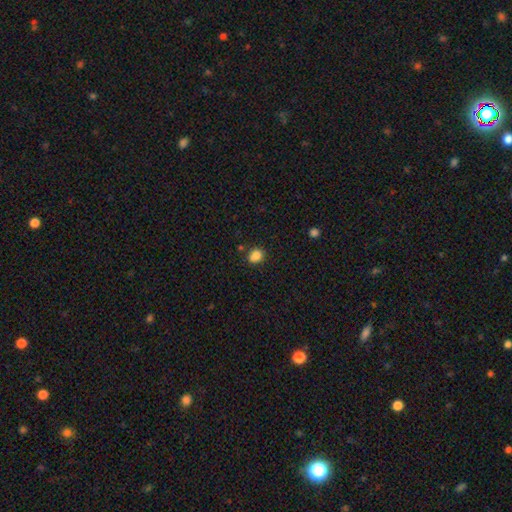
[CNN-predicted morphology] A smooth galaxy with no disk features (84%) that is round (55%). Merging: none (73%).